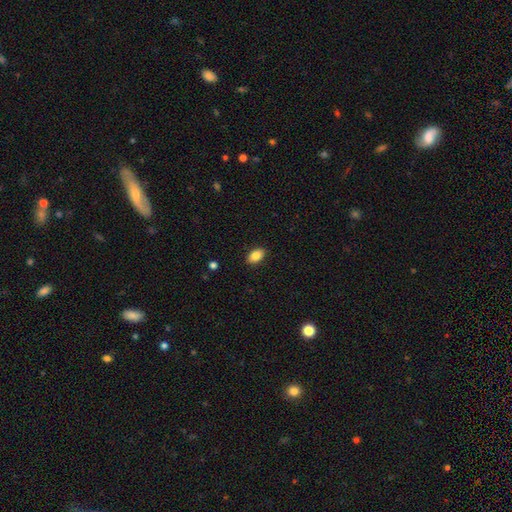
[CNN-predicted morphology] Smooth or featured?
  - smooth: 86% *
  - star or artifact: 8%
  - featured or disk: 6%
How rounded?
  - in between: 90% *
  - round: 8%
  - cigar-shaped: 2%
Merging?
  - none: 89% *
  - minor disturbance: 8%
  - major disturbance: 2%
  - merger: 1%